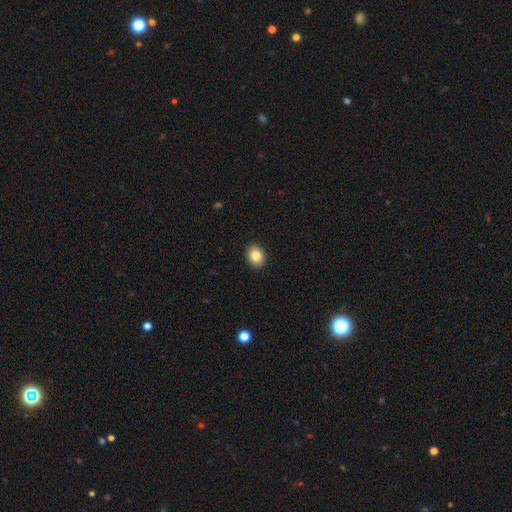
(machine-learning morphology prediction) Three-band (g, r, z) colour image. It shows a smooth galaxy with no disk features (84%) that is round (50%). Merging: none (92%).